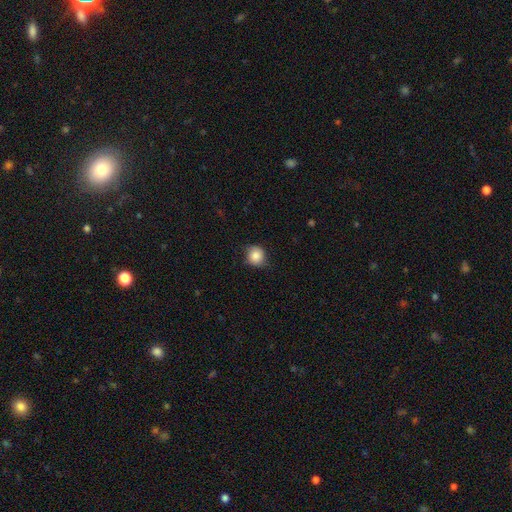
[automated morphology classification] smooth-or-featured: smooth: 84% | star or artifact: 9% | featured or disk: 7%
  how-rounded: round: 85% | in between: 14% | cigar-shaped: 1%
  merging: none: 75% | minor disturbance: 20% | major disturbance: 4% | merger: 1%